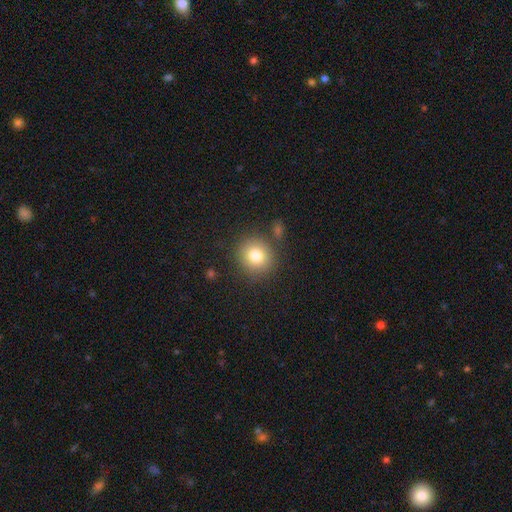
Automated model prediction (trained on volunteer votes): Smooth or featured? smooth (80%)
How rounded? round (87%)
Merging? none (82%)